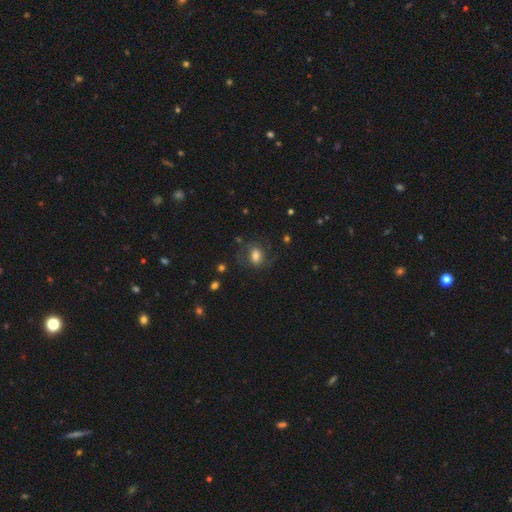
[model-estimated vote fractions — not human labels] Smooth or featured? Predicted: smooth (p=0.63). How rounded? Predicted: in between (p=0.67). Merging? Predicted: none (p=0.61).